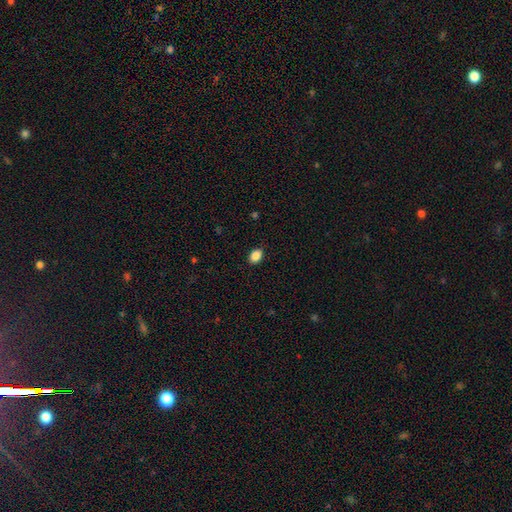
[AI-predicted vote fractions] Overall: smooth (87%). How rounded: in between (79%). Merging: none (88%).